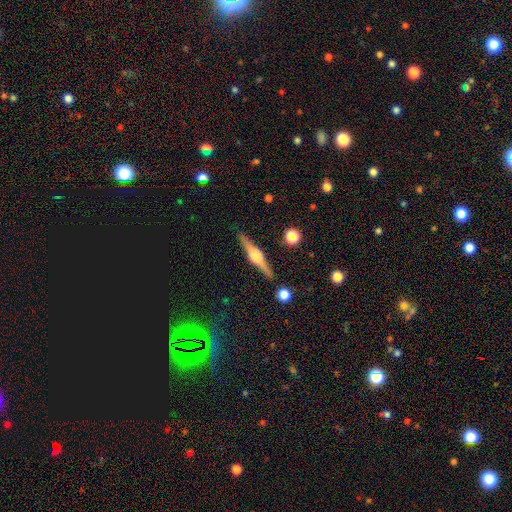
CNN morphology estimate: Smooth or featured? Predicted: featured or disk (p=0.78). Edge-on disk? Predicted: yes (p=0.98). Edge-on bulge? Predicted: rounded (p=0.85). Merging? Predicted: none (p=0.89).